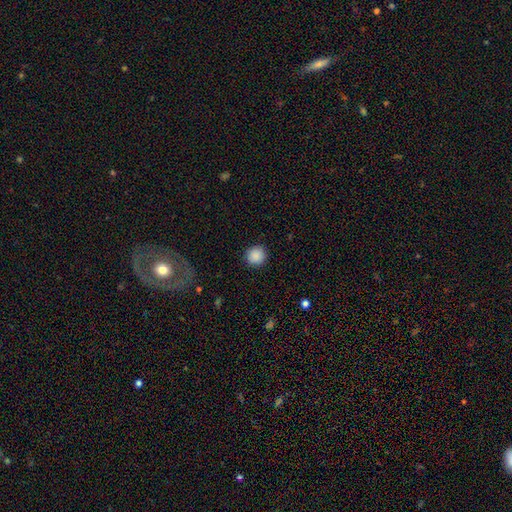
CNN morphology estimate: Smooth or featured? Predicted: smooth (p=0.89). How rounded? Predicted: round (p=0.93). Merging? Predicted: none (p=0.91).